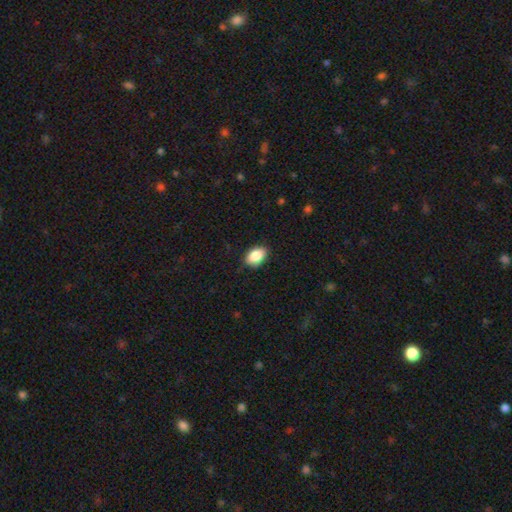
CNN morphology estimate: This appears to be a smooth galaxy with no disk features (87%) that is in between round and cigar-shaped (87%). Merging: none (84%).